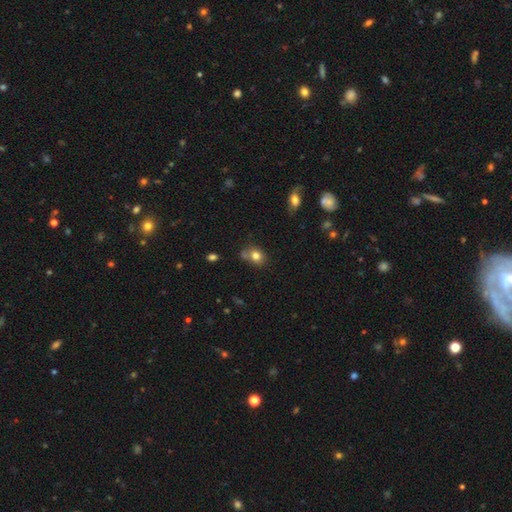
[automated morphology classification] Smooth or featured? Predicted: smooth (p=0.78). How rounded? Predicted: round (p=0.56). Merging? Predicted: none (p=0.58).